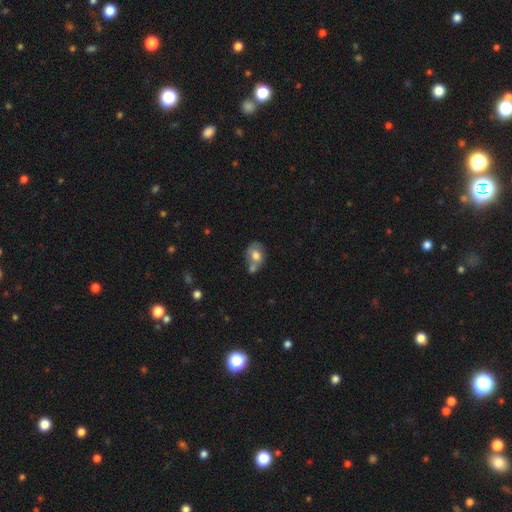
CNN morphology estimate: smooth_or_featured: smooth (p=0.65) [alt: featured or disk p=0.27]
how_rounded: in between (p=0.59) [alt: round p=0.39]
merging: merger (p=0.42) [alt: none p=0.33]